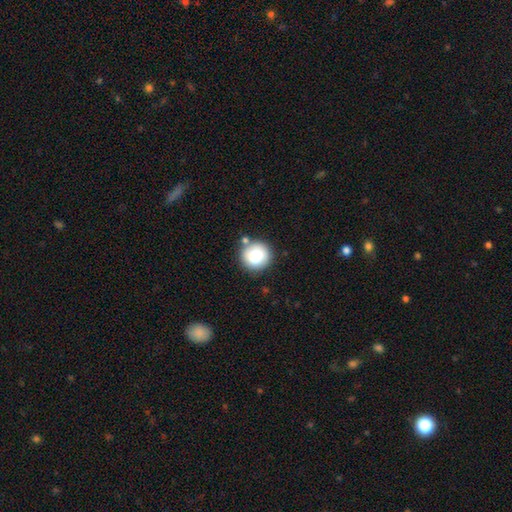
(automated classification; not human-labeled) Q: Smooth or featured?
A: smooth (82%); runner-up: featured or disk (9%)
Q: How rounded?
A: round (93%); runner-up: in between (7%)
Q: Merging?
A: none (78%); runner-up: minor disturbance (12%)